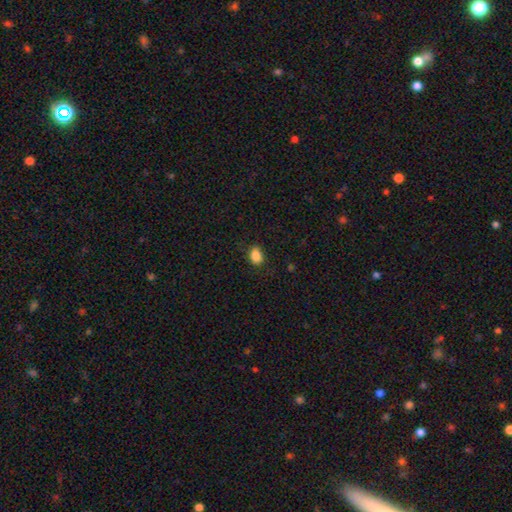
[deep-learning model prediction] The model was most divided on "how rounded": in between: 72%, round: 27%, cigar-shaped: 1%. More confident: smooth or featured — smooth (87%); merging — none (82%).